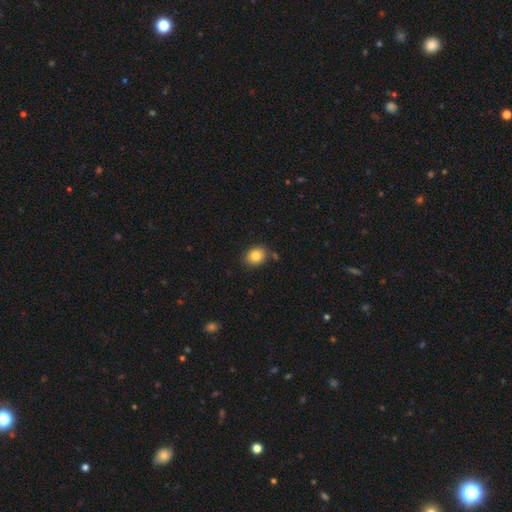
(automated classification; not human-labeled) This is clearly a smooth galaxy (83%). How rounded: possibly in between (52%). Merging: clearly none (80%).